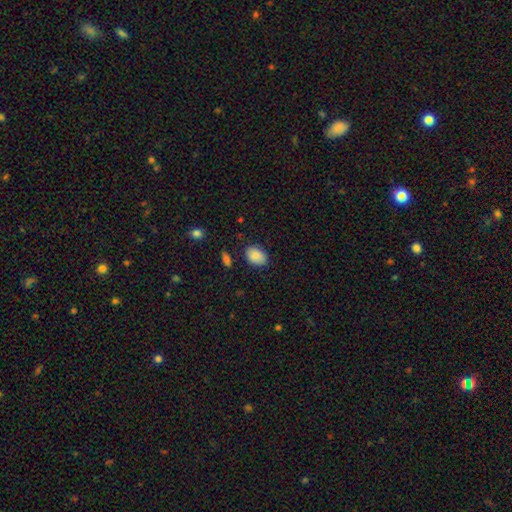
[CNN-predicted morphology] A smooth galaxy with no disk features (87%) that is in between round and cigar-shaped (76%). Merging: none (82%).